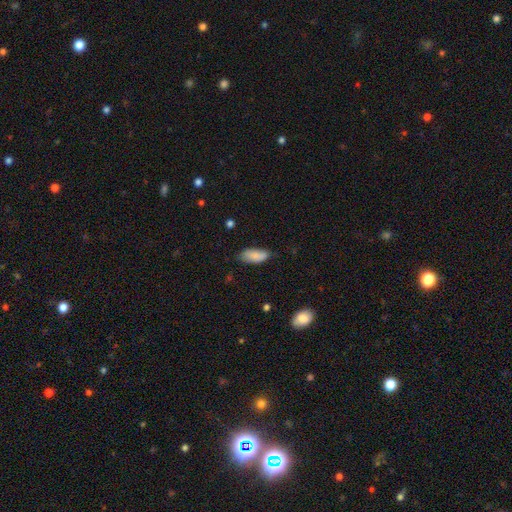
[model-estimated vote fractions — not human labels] A smooth galaxy with no disk features (83%) that is in between round and cigar-shaped (89%).

Vote fractions:
- Smooth or featured? smooth: 83% / featured or disk: 10% / star or artifact: 7%
- How rounded? in between: 89% / cigar-shaped: 9% / round: 2%
- Merging? none: 68% / minor disturbance: 26% / major disturbance: 4% / merger: 2%